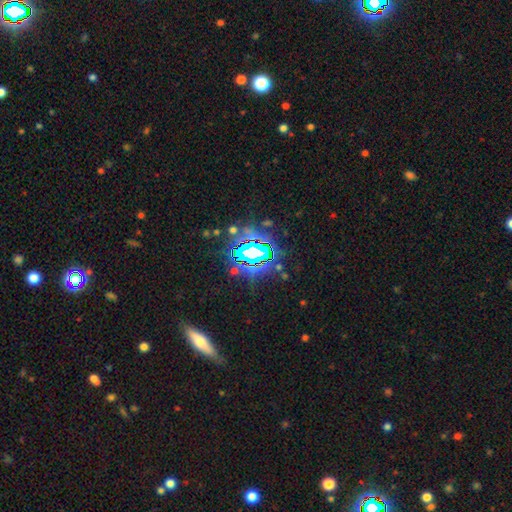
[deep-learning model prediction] Morphology: type=star or artifact (79%).